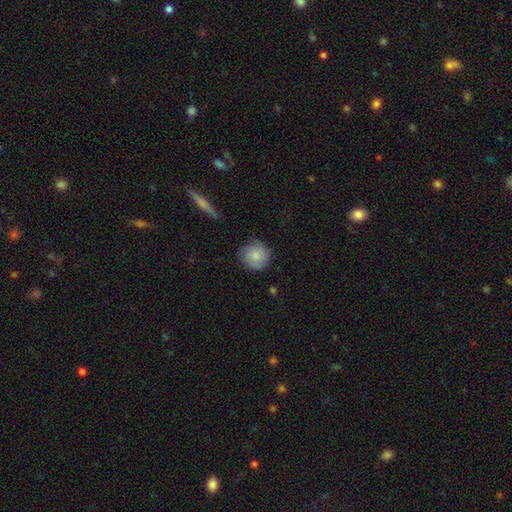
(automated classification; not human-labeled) smooth 69%, featured or disk 23%, star or artifact 7%. Down the decision tree: how rounded — round (91%); merging — none (71%).